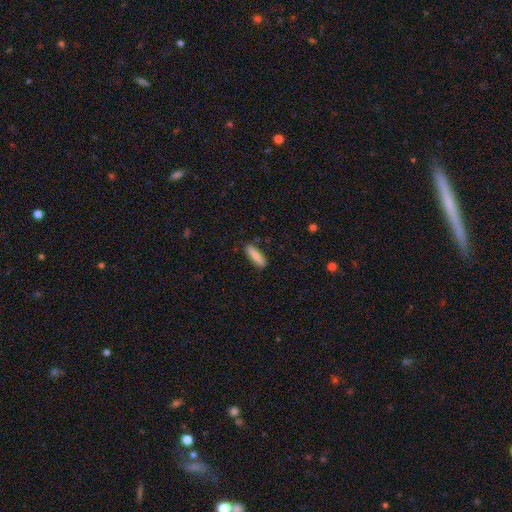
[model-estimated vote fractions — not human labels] This appears to be a smooth galaxy with no disk features (85%) that is cigar-shaped (69%). Merging: none (86%).